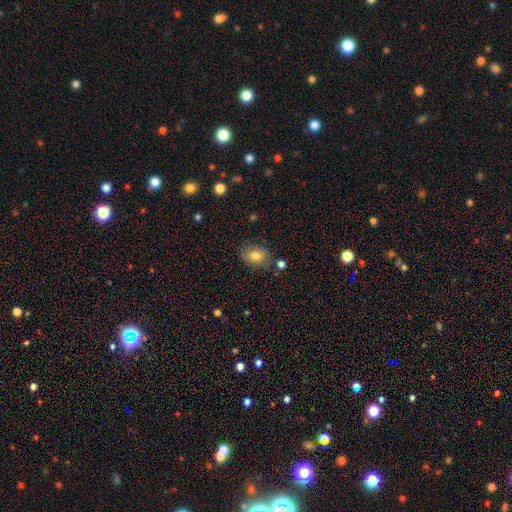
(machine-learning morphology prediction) Smooth or featured?
  - smooth: 78% *
  - featured or disk: 13%
  - star or artifact: 10%
How rounded?
  - in between: 67% *
  - round: 32%
  - cigar-shaped: 1%
Merging?
  - none: 79% *
  - minor disturbance: 14%
  - merger: 3%
  - major disturbance: 3%